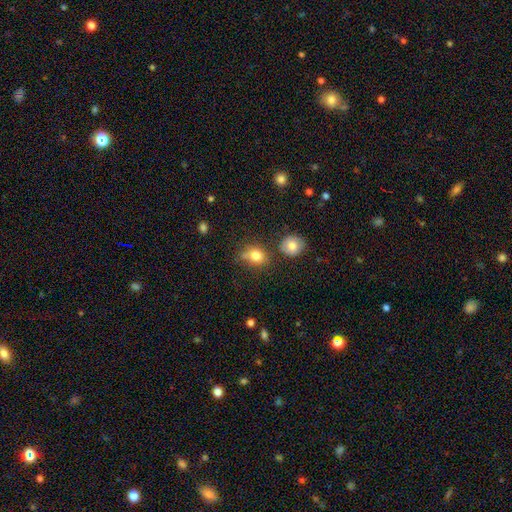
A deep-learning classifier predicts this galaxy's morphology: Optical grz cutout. It shows a smooth galaxy with no disk features (79%) that is round (53%). Merging: none (61%).